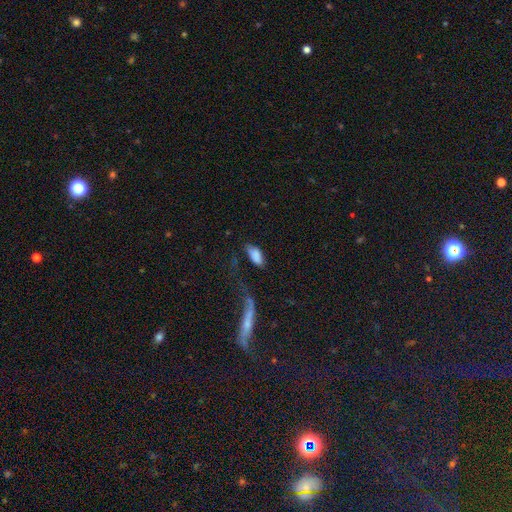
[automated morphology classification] This is clearly a smooth galaxy (81%). How rounded: clearly in between (89%). Merging: possibly none (48%).